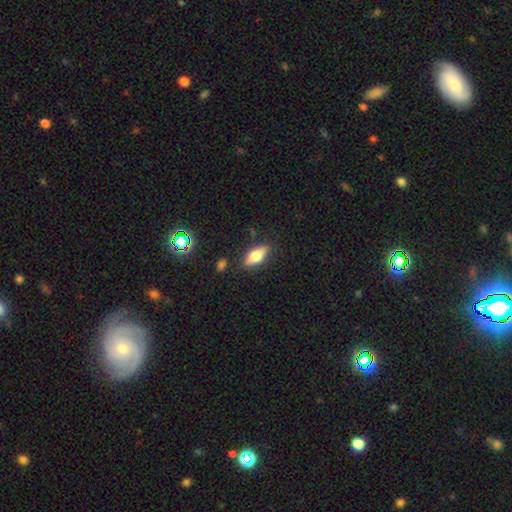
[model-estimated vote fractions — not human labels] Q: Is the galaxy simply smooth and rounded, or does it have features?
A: smooth — 52%.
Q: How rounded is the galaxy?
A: in between — 70%.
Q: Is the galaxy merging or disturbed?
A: none — 83%.